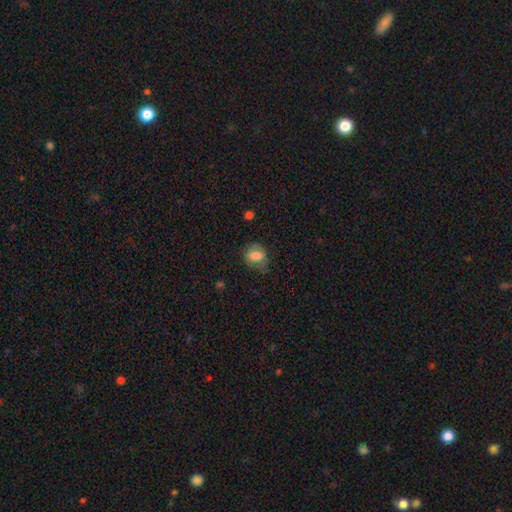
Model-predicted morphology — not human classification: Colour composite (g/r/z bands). It shows a smooth galaxy with no disk features (75%) that is in between round and cigar-shaped (66%). Merging: none (60%).